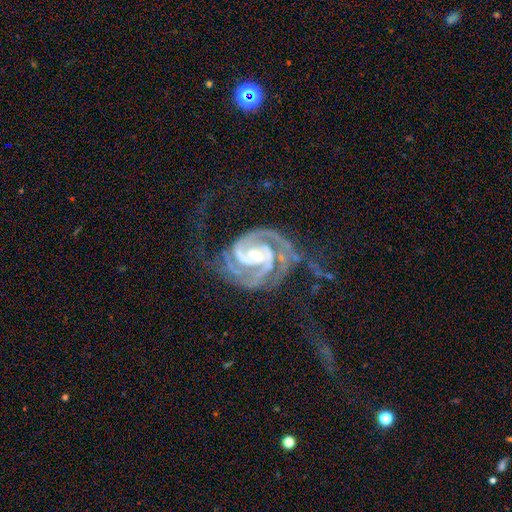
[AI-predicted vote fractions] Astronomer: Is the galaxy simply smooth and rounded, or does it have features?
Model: featured or disk — 93%.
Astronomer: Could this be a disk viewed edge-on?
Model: no — 98%.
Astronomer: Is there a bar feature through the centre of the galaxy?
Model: weak — 42% (runner-up: no, 31%).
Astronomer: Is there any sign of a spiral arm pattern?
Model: yes — 99%.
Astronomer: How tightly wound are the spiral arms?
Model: tight — 62%.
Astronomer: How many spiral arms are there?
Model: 2 — 61%.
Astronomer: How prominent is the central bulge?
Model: small — 49% (runner-up: moderate, 46%).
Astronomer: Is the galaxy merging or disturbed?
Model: none — 50% (runner-up: major disturbance, 26%).